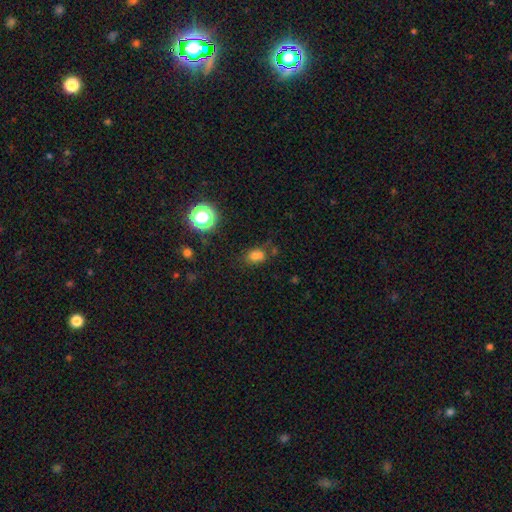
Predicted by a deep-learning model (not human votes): A smooth galaxy with no disk features (68%) that is in between round and cigar-shaped (54%).

Vote fractions:
- Smooth or featured? smooth: 68% / star or artifact: 22% / featured or disk: 10%
- How rounded? in between: 54% / round: 44% / cigar-shaped: 2%
- Merging? none: 52% / merger: 22% / minor disturbance: 18% / major disturbance: 8%